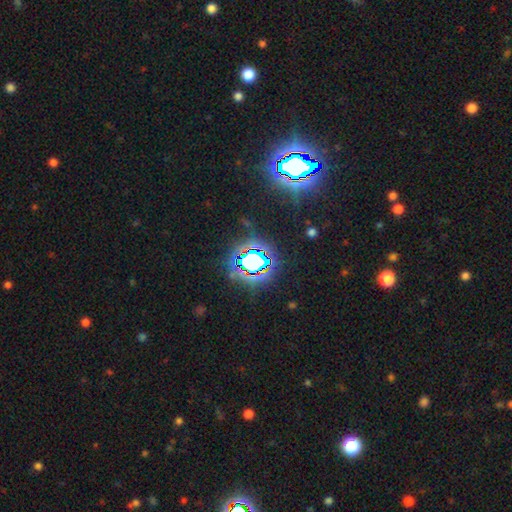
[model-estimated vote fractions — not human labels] star or artifact 73%, smooth 15%, featured or disk 11%.